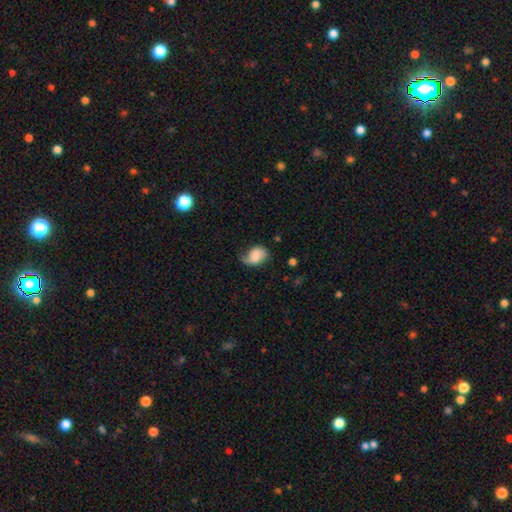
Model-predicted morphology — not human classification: The model was most divided on "merging": none: 45%, minor disturbance: 37%, major disturbance: 16%, merger: 2%. More confident: how rounded — in between (74%); smooth or featured — smooth (63%).